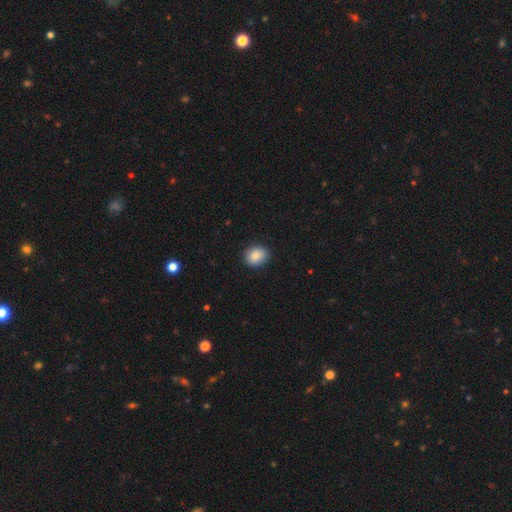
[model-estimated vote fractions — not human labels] Q: Smooth or featured?
A: smooth (85%); runner-up: star or artifact (8%)
Q: How rounded?
A: round (56%); runner-up: in between (43%)
Q: Merging?
A: none (87%); runner-up: minor disturbance (10%)